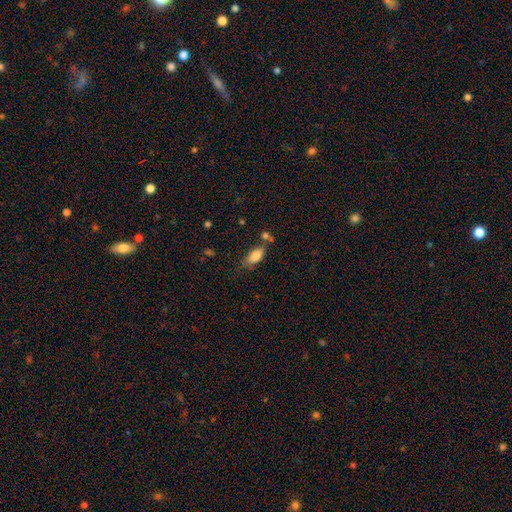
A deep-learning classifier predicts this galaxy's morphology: Smooth or featured? Predicted: smooth (p=0.81). How rounded? Predicted: in between (p=0.84). Merging? Predicted: none (p=0.56).